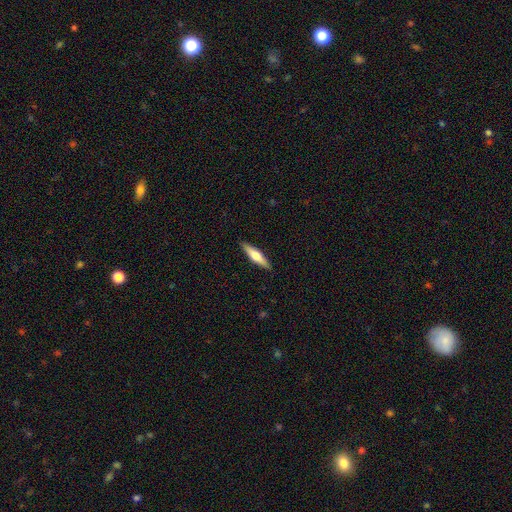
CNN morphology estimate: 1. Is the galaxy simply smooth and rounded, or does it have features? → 50% featured or disk, 45% smooth, 5% star or artifact.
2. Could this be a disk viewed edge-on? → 95% yes, 5% no.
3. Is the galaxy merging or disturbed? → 90% none, 7% minor disturbance, 1% major disturbance, 1% merger.